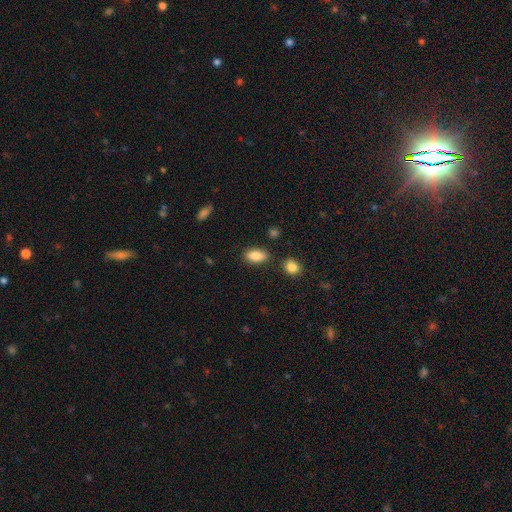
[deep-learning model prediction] The model was most divided on "merging": none: 83%, minor disturbance: 10%, merger: 4%, major disturbance: 3%. More confident: how rounded — in between (90%); smooth or featured — smooth (85%).